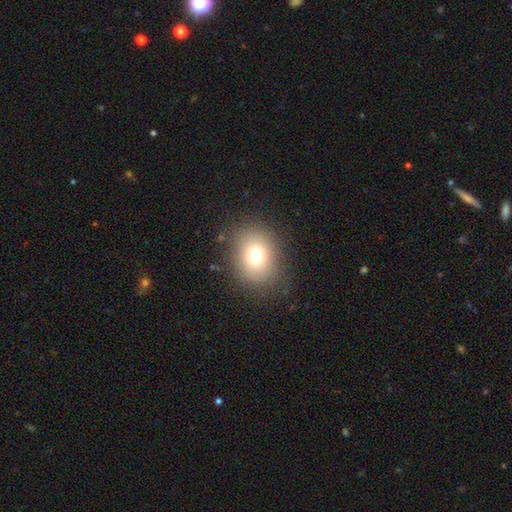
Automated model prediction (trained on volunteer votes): smooth-or-featured: smooth: 73% | star or artifact: 15% | featured or disk: 12%
  how-rounded: round: 61% | in between: 38% | cigar-shaped: 1%
  merging: none: 84% | minor disturbance: 10% | major disturbance: 5% | merger: 1%